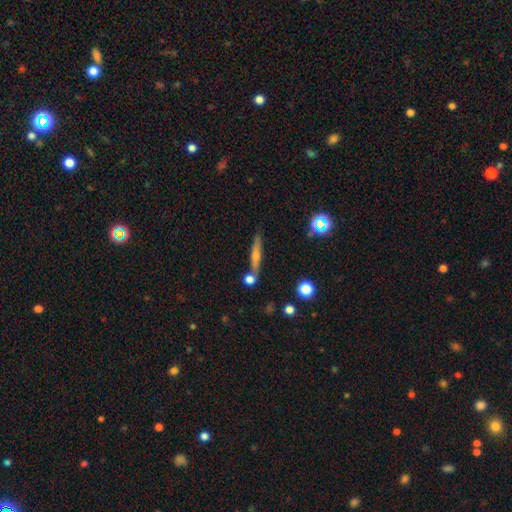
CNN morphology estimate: Q: Smooth or featured?
A: featured or disk (49%); runner-up: smooth (39%)
Q: Merging?
A: none (76%); runner-up: minor disturbance (11%)